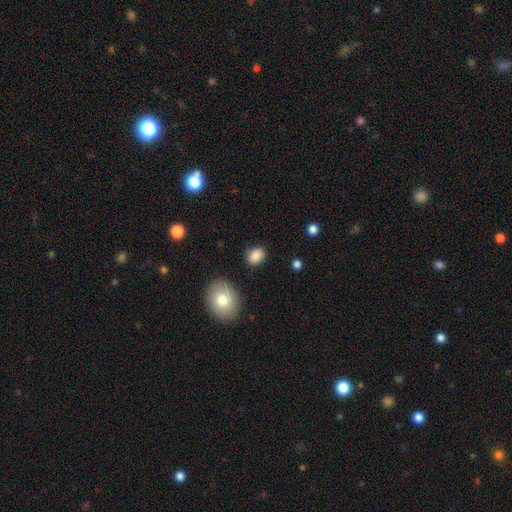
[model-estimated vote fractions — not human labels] This appears to be a smooth galaxy with no disk features (87%) that is in between round and cigar-shaped (61%). Merging: none (84%).